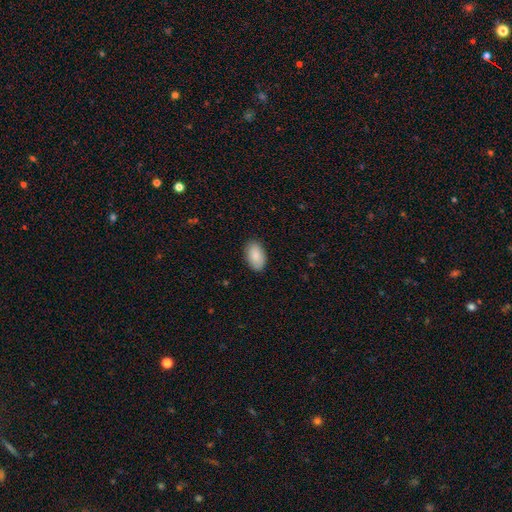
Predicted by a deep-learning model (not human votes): A smooth galaxy with no disk features (88%) that is in between round and cigar-shaped (94%).

Vote fractions:
- Smooth or featured? smooth: 88% / star or artifact: 6% / featured or disk: 6%
- How rounded? in between: 94% / round: 4% / cigar-shaped: 1%
- Merging? none: 87% / minor disturbance: 10% / major disturbance: 2% / merger: 1%